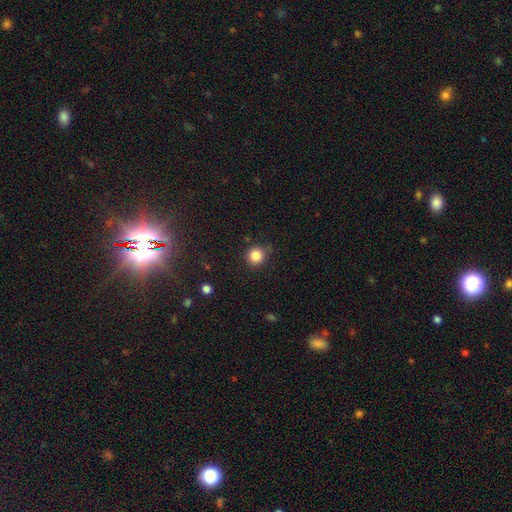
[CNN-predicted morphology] Smooth or featured: smooth — 85% (star or artifact — 11%)
How rounded: round — 91% (in between — 8%)
Merging: none — 84% (minor disturbance — 11%)